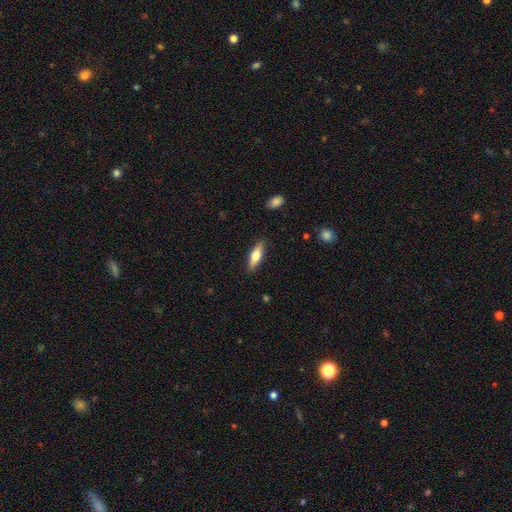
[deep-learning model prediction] Overall: smooth (54%; featured or disk 40%). How rounded: cigar-shaped (57%; in between 41%). Merging: none (88%).